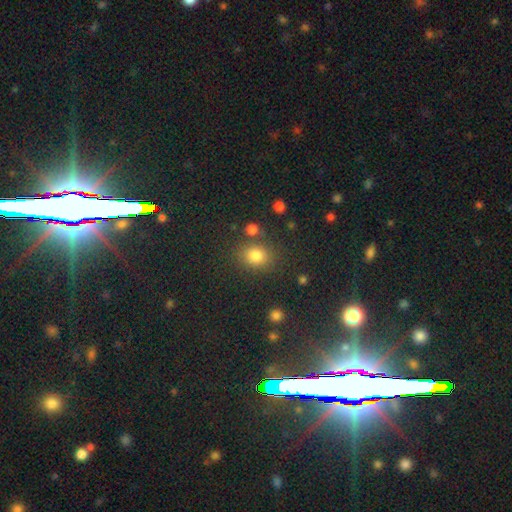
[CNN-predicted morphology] smooth-or-featured: smooth: 79% | star or artifact: 15% | featured or disk: 6%
  how-rounded: round: 60% | in between: 39% | cigar-shaped: 1%
  merging: none: 76% | minor disturbance: 12% | merger: 7% | major disturbance: 5%